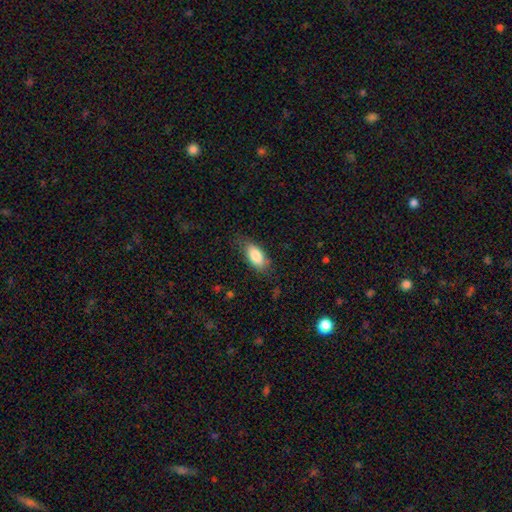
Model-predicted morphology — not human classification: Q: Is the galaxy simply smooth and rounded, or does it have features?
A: smooth — 84%.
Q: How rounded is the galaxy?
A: in between — 88%.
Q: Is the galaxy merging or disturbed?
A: none — 70%.